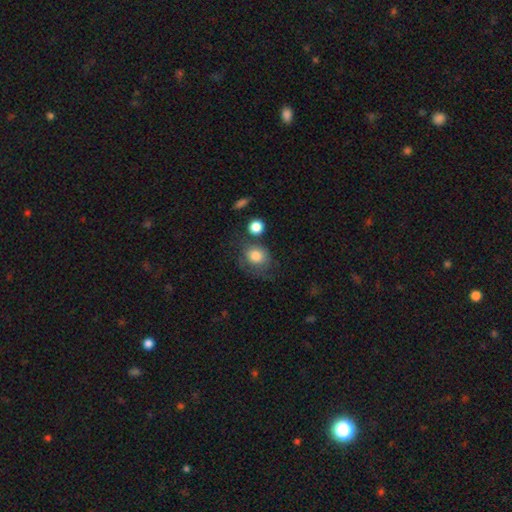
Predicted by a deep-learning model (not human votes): This is likely a smooth galaxy (78%). How rounded: likely round (70%). Merging: possibly none (50%).